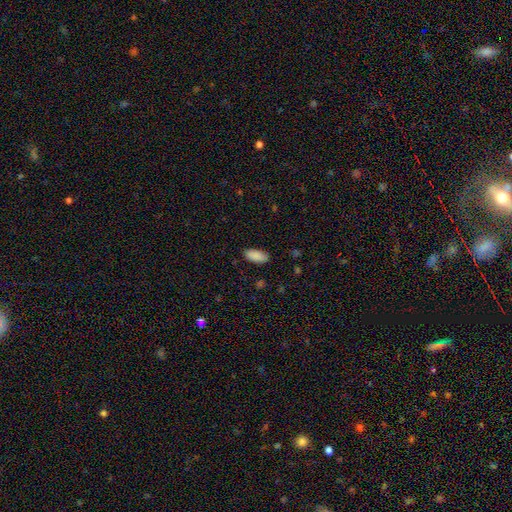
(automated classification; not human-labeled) A smooth galaxy with no disk features (89%) that is in between round and cigar-shaped (90%). Merging: none (86%).